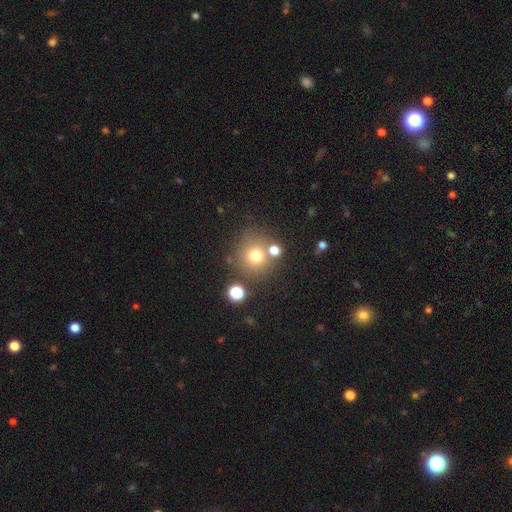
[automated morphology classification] A smooth galaxy with no disk features (71%) that is round (91%).

Vote fractions:
- Smooth or featured? smooth: 71% / star or artifact: 17% / featured or disk: 12%
- How rounded? round: 91% / in between: 8% / cigar-shaped: 1%
- Merging? none: 73% / merger: 13% / minor disturbance: 10% / major disturbance: 4%